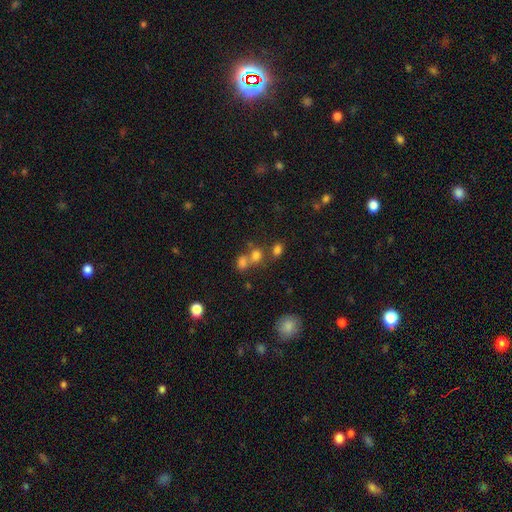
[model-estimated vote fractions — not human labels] Smooth or featured?
  - smooth: 71% *
  - star or artifact: 18%
  - featured or disk: 11%
How rounded?
  - round: 62% *
  - in between: 36%
  - cigar-shaped: 1%
Merging?
  - merger: 46% *
  - none: 42%
  - minor disturbance: 8%
  - major disturbance: 5%